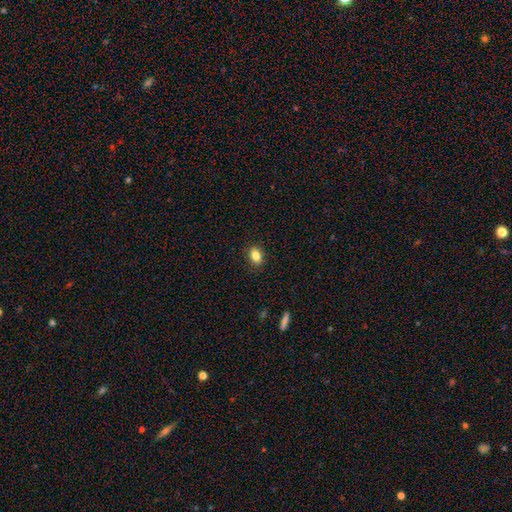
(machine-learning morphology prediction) type=smooth (85%); roundness=in between (80%); merging=none (88%).